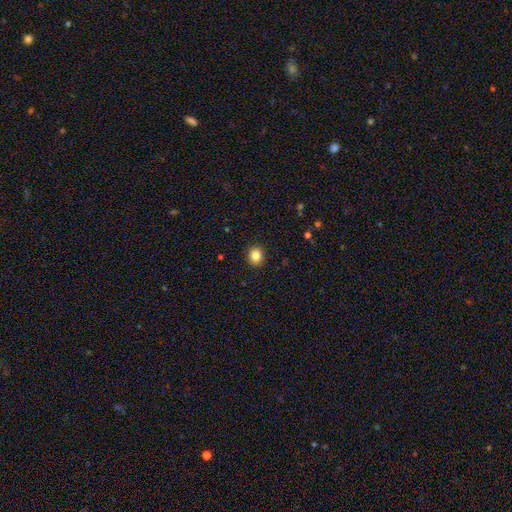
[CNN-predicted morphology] smooth_or_featured: smooth (p=0.84) [alt: star or artifact p=0.10]
how_rounded: round (p=0.79) [alt: in between p=0.20]
merging: none (p=0.92) [alt: minor disturbance p=0.05]